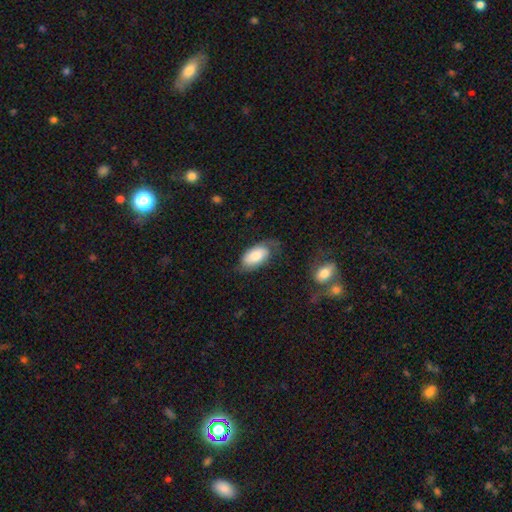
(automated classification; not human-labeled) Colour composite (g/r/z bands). It shows a smooth galaxy with no disk features (67%) that is in between round and cigar-shaped (94%). Merging: none (50%).